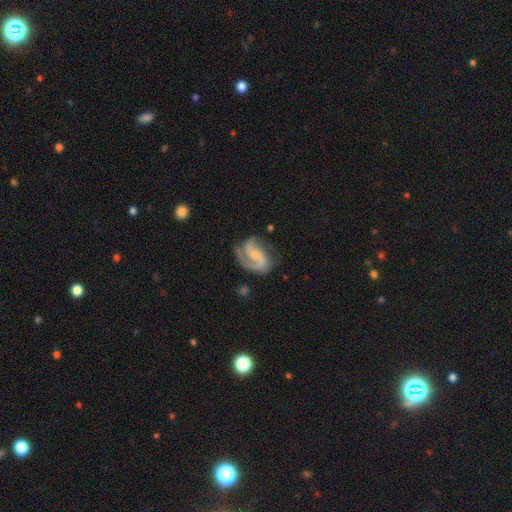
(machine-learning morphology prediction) This appears to be a featured or disk galaxy (87%) with no bar (43%), 2 (81%) medium (53%) spiral arms (96%) and a small central bulge (64%). Merging: none (62%).